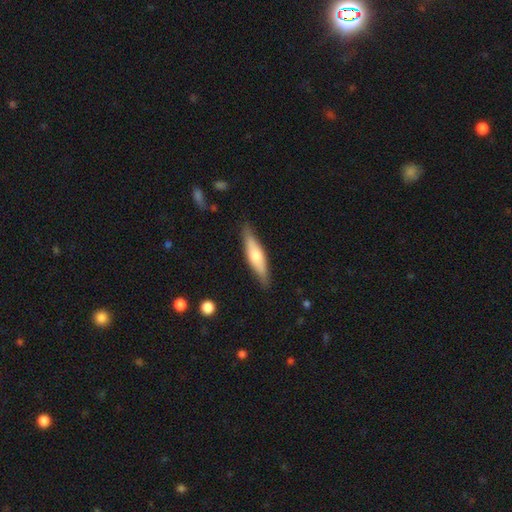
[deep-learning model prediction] smooth_or_featured: smooth (p=0.52) [alt: featured or disk p=0.43]
how_rounded: cigar-shaped (p=0.73) [alt: in between p=0.26]
merging: none (p=0.85) [alt: minor disturbance p=0.11]